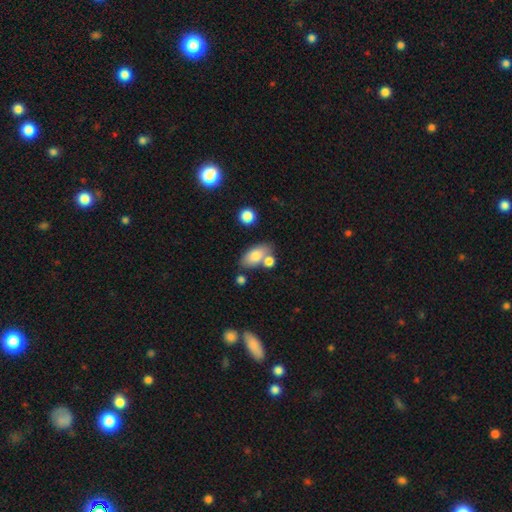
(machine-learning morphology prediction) This is likely a smooth galaxy (78%). How rounded: clearly in between (88%). Merging: possibly none (58%).